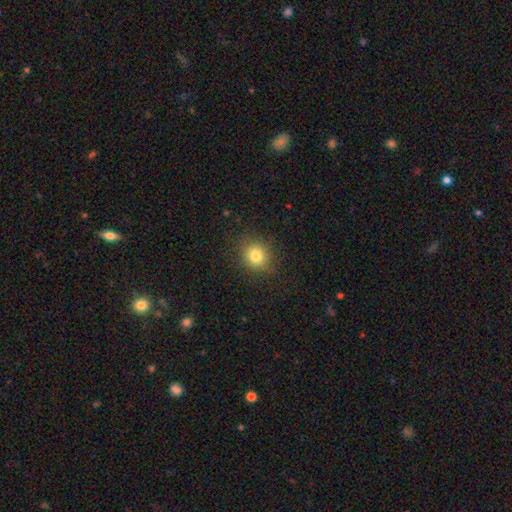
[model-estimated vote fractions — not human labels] Q: Smooth or featured?
A: smooth (81%); runner-up: star or artifact (12%)
Q: How rounded?
A: round (82%); runner-up: in between (17%)
Q: Merging?
A: none (87%); runner-up: minor disturbance (9%)